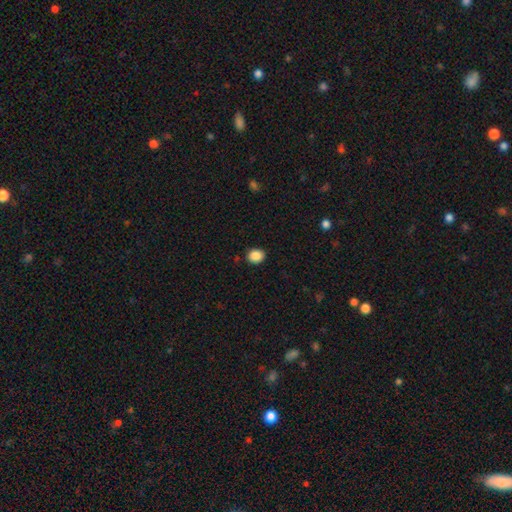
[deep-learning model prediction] Morphology: type=smooth (88%); roundness=round (63%); merging=none (89%).